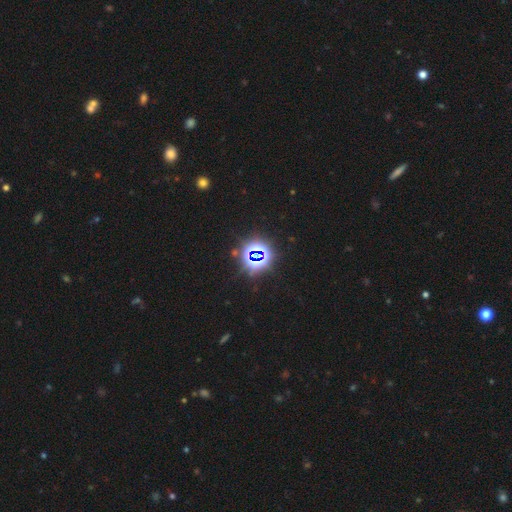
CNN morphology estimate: This appears to be a star or artifact, not a galaxy (78%).